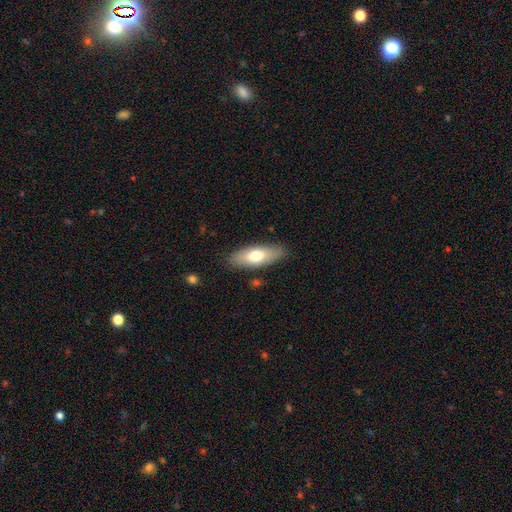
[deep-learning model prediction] The model was most divided on "how rounded": in between: 68%, cigar-shaped: 29%, round: 2%. More confident: merging — none (85%); smooth or featured — smooth (68%).